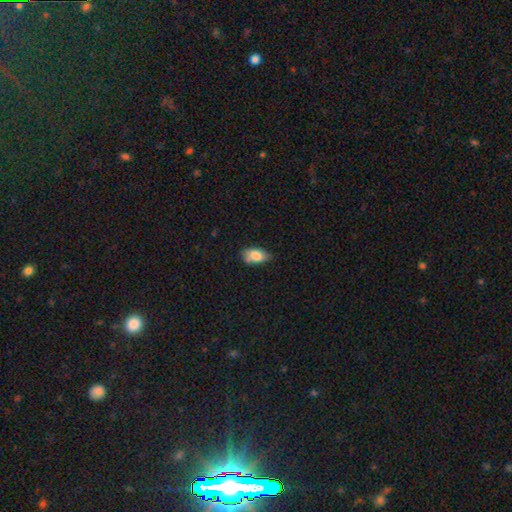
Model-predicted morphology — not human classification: smooth-or-featured: smooth: 81% | featured or disk: 12% | star or artifact: 8%
  how-rounded: in between: 91% | round: 6% | cigar-shaped: 3%
  merging: none: 58% | minor disturbance: 32% | major disturbance: 6% | merger: 4%